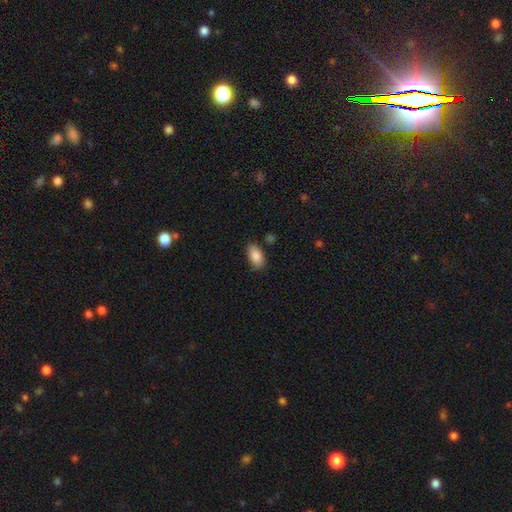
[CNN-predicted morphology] smooth_or_featured: smooth (p=0.87) [alt: star or artifact p=0.07]
how_rounded: in between (p=0.93) [alt: round p=0.04]
merging: none (p=0.82) [alt: minor disturbance p=0.14]